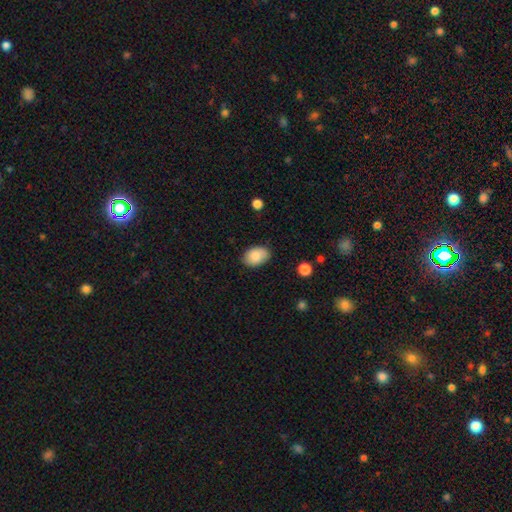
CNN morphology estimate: smooth 85%, featured or disk 8%, star or artifact 7%. Down the decision tree: how rounded — in between (84%); merging — none (80%).